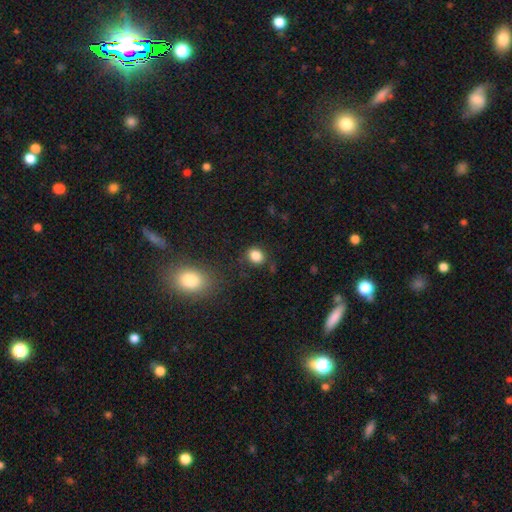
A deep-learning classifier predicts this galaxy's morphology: Overall: smooth (85%). How rounded: round (63%; in between 36%). Merging: none (81%).